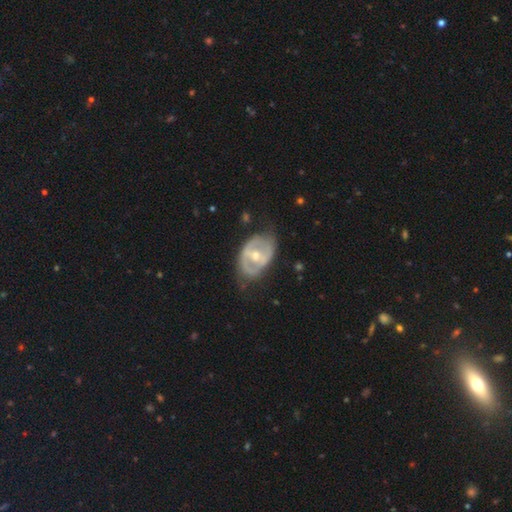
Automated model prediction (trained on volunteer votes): Smooth or featured?
  - featured or disk: 70% *
  - smooth: 26%
  - star or artifact: 5%
Edge-on disk?
  - no: 94% *
  - yes: 6%
Bar?
  - weak: 38% *
  - no: 32%
  - strong: 30%
Spiral arms?
  - no: 61% *
  - yes: 39%
Bulge size?
  - moderate: 68% *
  - small: 27%
  - large: 3%
  - none: 1%
  - dominant: 1%
Merging?
  - none: 59% *
  - minor disturbance: 27%
  - major disturbance: 12%
  - merger: 2%